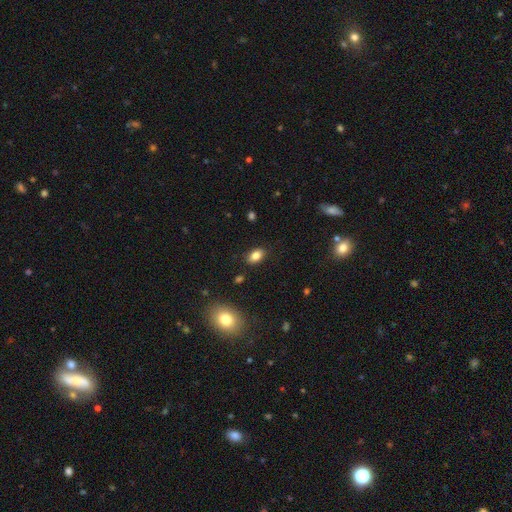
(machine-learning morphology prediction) This appears to be a smooth galaxy with no disk features (83%) that is in between round and cigar-shaped (88%). Merging: none (86%).